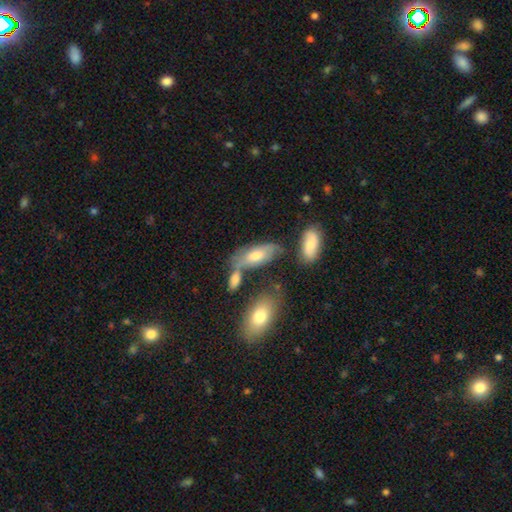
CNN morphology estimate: A smooth galaxy with no disk features (50%) that is in between round and cigar-shaped (77%). Merging: none (52%).